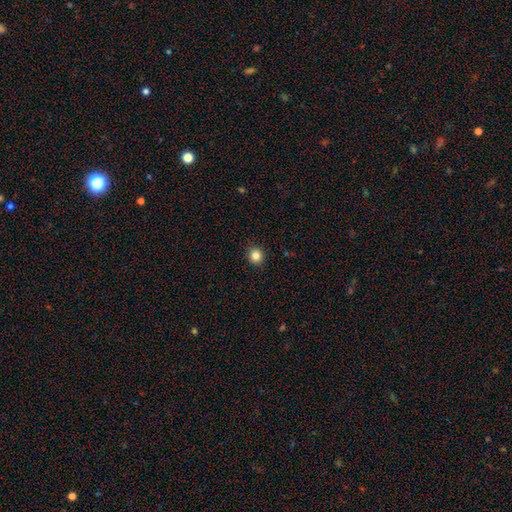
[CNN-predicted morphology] Smooth or featured? smooth (84%)
How rounded? round (85%)
Merging? none (92%)